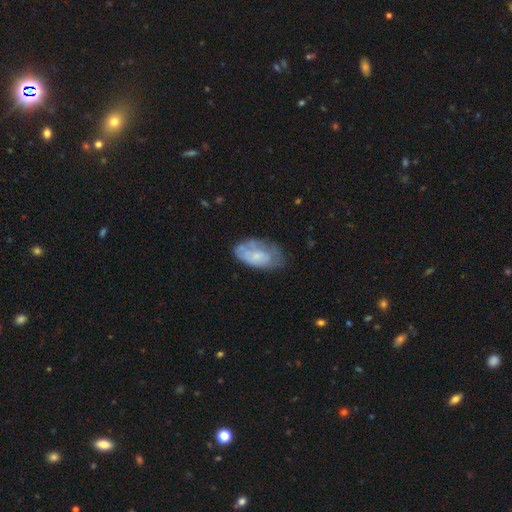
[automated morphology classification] The model was most divided on "smooth or featured": smooth: 54%, featured or disk: 39%, star or artifact: 7%. More confident: how rounded — in between (93%); merging — none (52%).